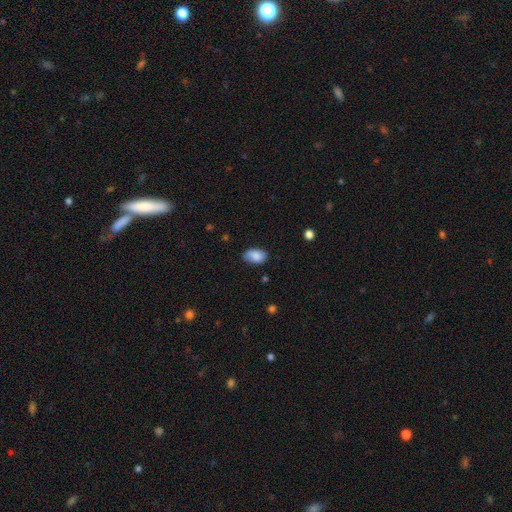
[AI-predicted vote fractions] smooth_or_featured: smooth (p=0.85) [alt: featured or disk p=0.08]
how_rounded: in between (p=0.89) [alt: round p=0.10]
merging: none (p=0.70) [alt: minor disturbance p=0.24]